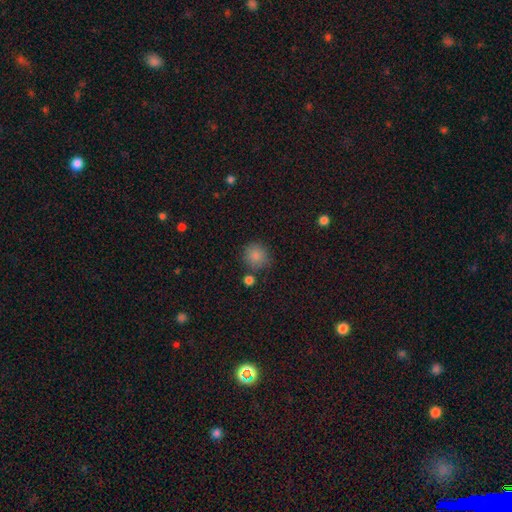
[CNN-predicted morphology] smooth 85%, star or artifact 10%, featured or disk 5%. Down the decision tree: how rounded — round (89%); merging — none (75%).